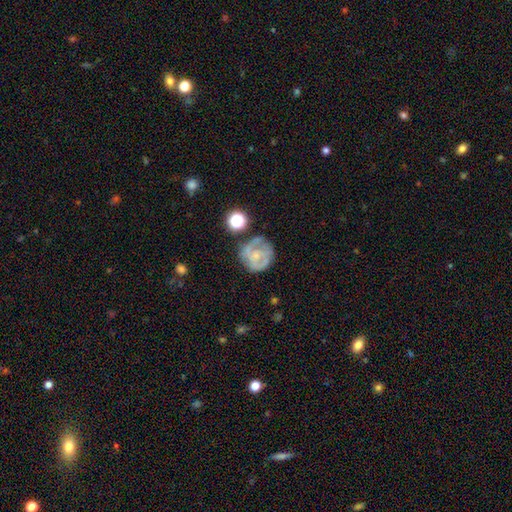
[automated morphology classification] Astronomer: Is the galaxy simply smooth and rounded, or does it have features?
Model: featured or disk — 63%.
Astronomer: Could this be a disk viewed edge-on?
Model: no — 98%.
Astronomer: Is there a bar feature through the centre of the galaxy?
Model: no — 70%.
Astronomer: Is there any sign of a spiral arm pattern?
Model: yes — 71%.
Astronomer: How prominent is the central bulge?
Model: small — 55%.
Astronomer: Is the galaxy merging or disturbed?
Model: none — 57%.